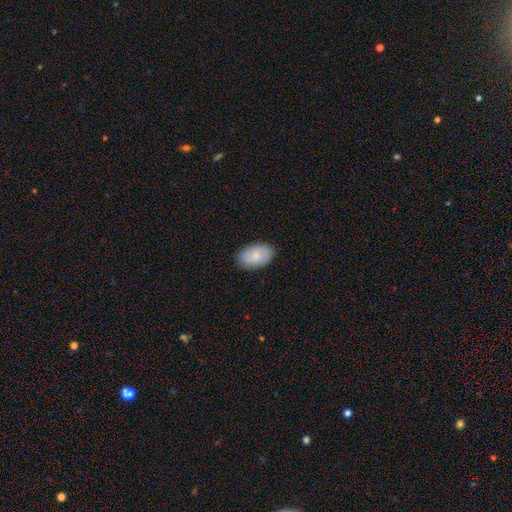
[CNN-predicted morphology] smooth-or-featured: smooth: 79% | featured or disk: 15% | star or artifact: 6%
  how-rounded: in between: 92% | round: 7% | cigar-shaped: 1%
  merging: none: 87% | minor disturbance: 10% | major disturbance: 2% | merger: 1%